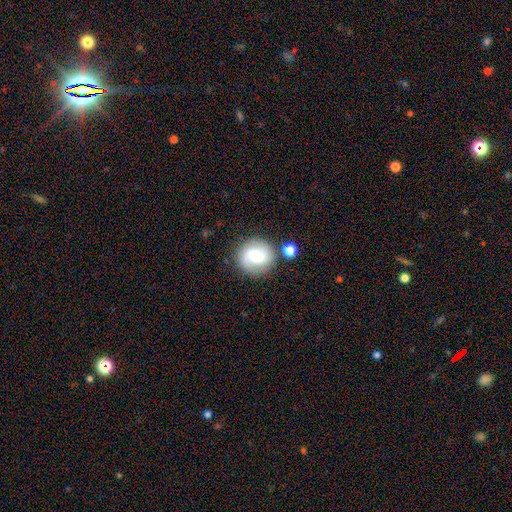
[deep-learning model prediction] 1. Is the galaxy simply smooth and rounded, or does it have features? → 51% featured or disk, 40% smooth, 9% star or artifact.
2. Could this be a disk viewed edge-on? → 97% no, 3% yes.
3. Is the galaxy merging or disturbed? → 78% none, 11% minor disturbance, 7% merger, 4% major disturbance.